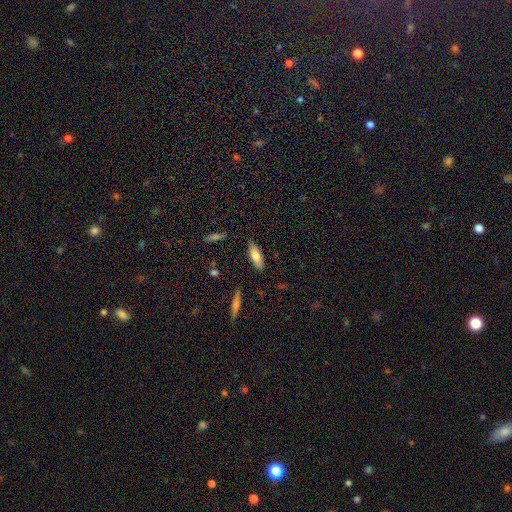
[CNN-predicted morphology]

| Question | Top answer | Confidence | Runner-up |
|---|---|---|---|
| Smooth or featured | smooth | 75% | featured or disk (19%) |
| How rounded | in between | 65% | cigar-shaped (33%) |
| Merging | none | 85% | minor disturbance (12%) |